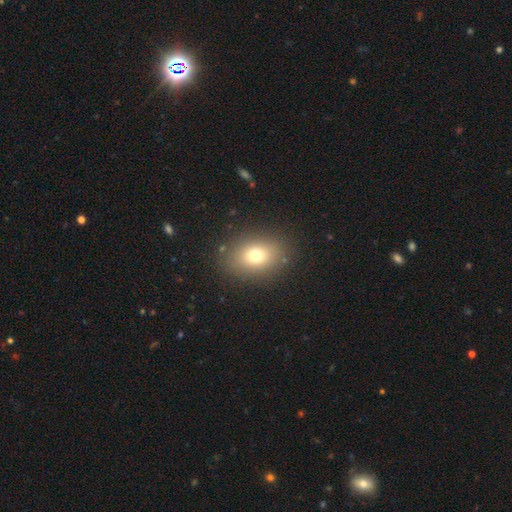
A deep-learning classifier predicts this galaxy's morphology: smooth_or_featured: smooth (p=0.74) [alt: star or artifact p=0.13]
how_rounded: in between (p=0.69) [alt: round p=0.30]
merging: none (p=0.85) [alt: minor disturbance p=0.09]